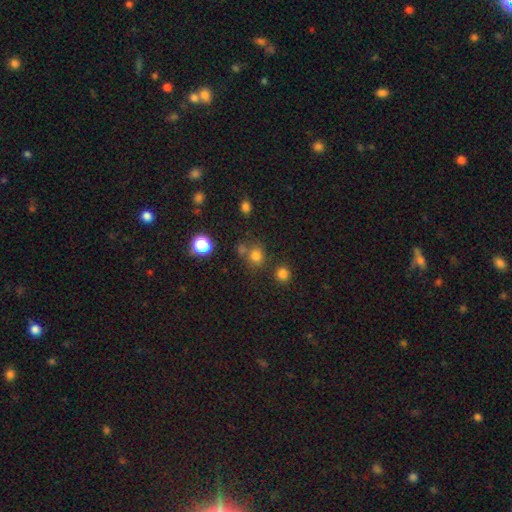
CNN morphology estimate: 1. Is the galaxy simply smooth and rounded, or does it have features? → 74% smooth, 19% star or artifact, 7% featured or disk.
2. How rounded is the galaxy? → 81% round, 18% in between, 1% cigar-shaped.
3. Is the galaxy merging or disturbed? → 66% none, 18% merger, 11% minor disturbance, 5% major disturbance.